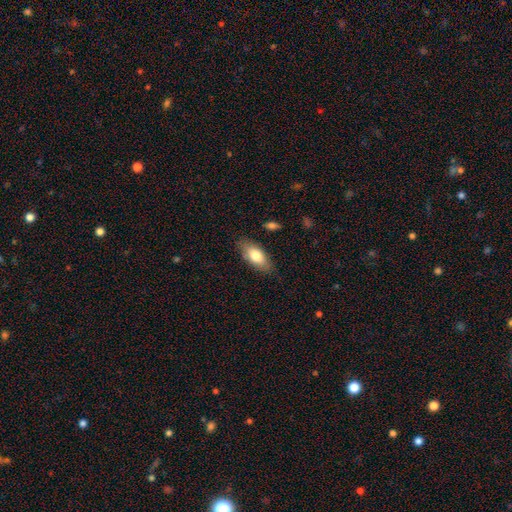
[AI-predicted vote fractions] smooth_or_featured: smooth (p=0.77) [alt: featured or disk p=0.17]
how_rounded: in between (p=0.88) [alt: cigar-shaped p=0.10]
merging: none (p=0.81) [alt: minor disturbance p=0.14]